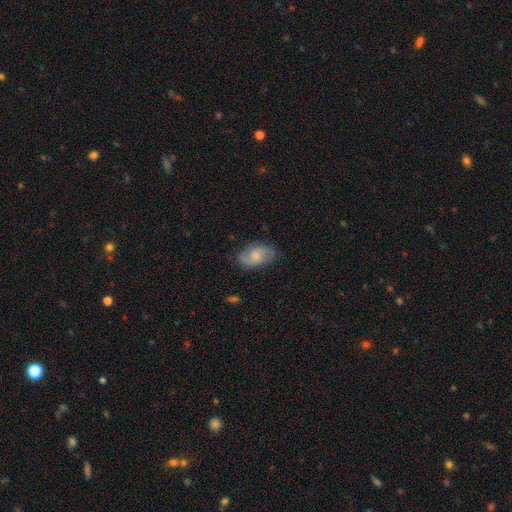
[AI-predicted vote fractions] This is possibly a featured or disk galaxy (49%). Merging: likely none (73%).